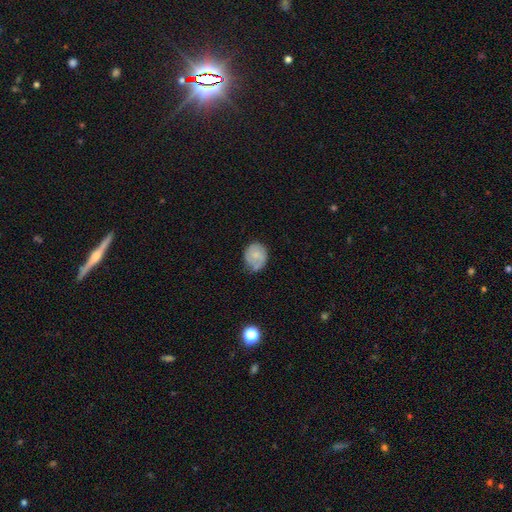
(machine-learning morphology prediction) smooth_or_featured: smooth (p=0.59) [alt: featured or disk p=0.33]
how_rounded: round (p=0.69) [alt: in between p=0.30]
merging: none (p=0.54) [alt: minor disturbance p=0.34]